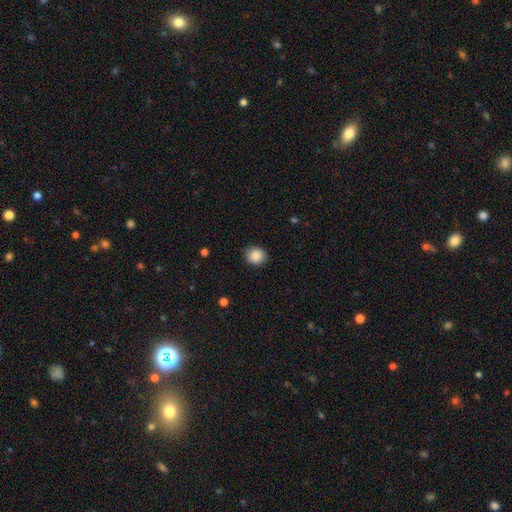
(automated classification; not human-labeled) Smooth or featured? Predicted: smooth (p=0.88). How rounded? Predicted: round (p=0.79). Merging? Predicted: none (p=0.88).